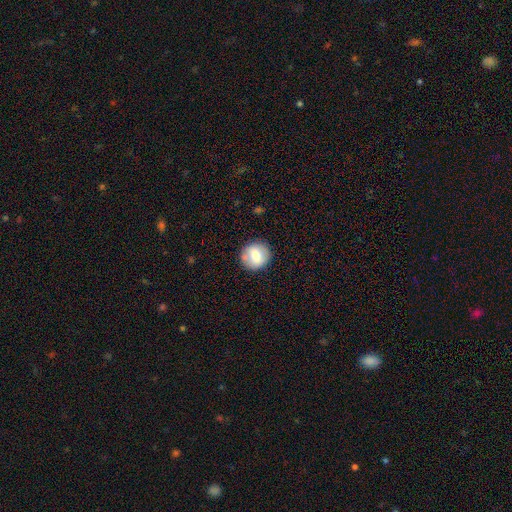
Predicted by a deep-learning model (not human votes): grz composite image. It shows a smooth galaxy with no disk features (70%) that is round (89%). Merging: none (83%).